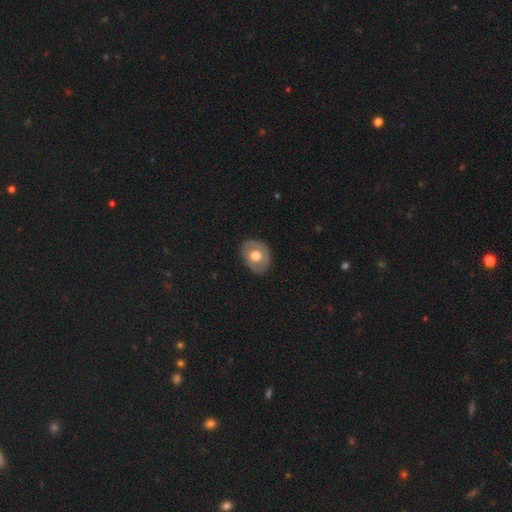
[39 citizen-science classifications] Overall: smooth (67%; featured or disk 28%). How rounded: in between (54%; round 46%). Merging: none (49%; minor disturbance 43%).